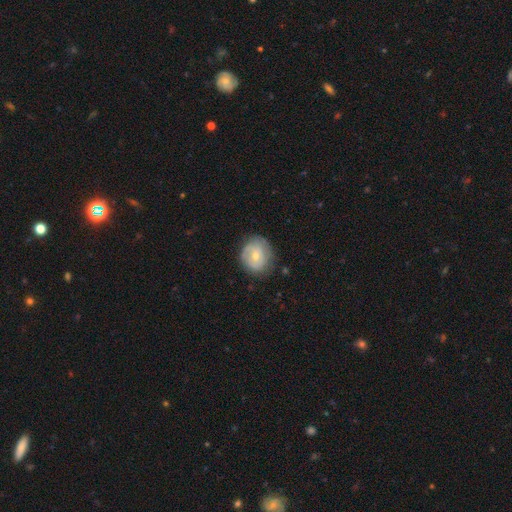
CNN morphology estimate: smooth_or_featured: smooth (p=0.48) [alt: featured or disk p=0.44]
merging: none (p=0.69) [alt: minor disturbance p=0.22]